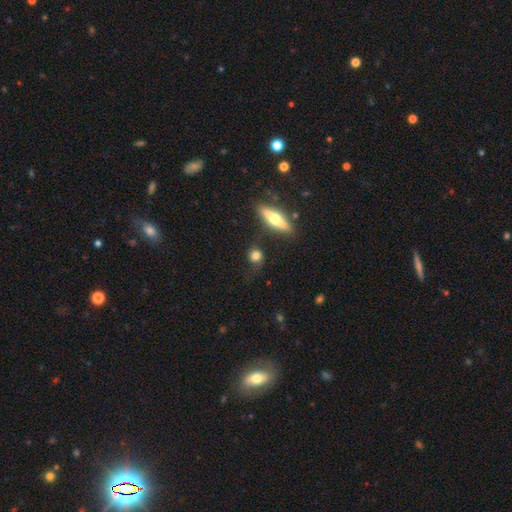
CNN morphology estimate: A smooth galaxy with no disk features (72%) that is round (70%).

Vote fractions:
- Smooth or featured? smooth: 72% / featured or disk: 18% / star or artifact: 10%
- How rounded? round: 70% / in between: 23% / cigar-shaped: 7%
- Merging? none: 71% / minor disturbance: 16% / major disturbance: 7% / merger: 6%